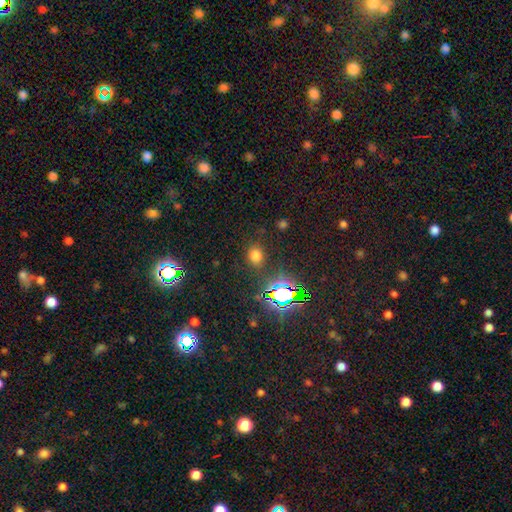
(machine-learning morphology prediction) type=smooth (68%); roundness=round (63%); merging=none (83%).